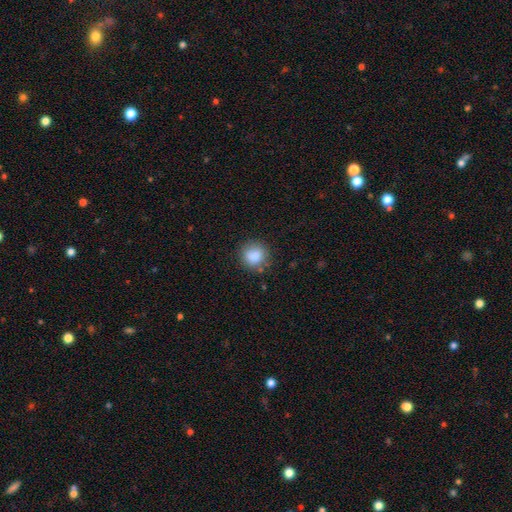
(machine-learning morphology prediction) The model was most divided on "merging": none: 77%, minor disturbance: 15%, major disturbance: 5%, merger: 3%. More confident: smooth or featured — smooth (85%); how rounded — round (83%).